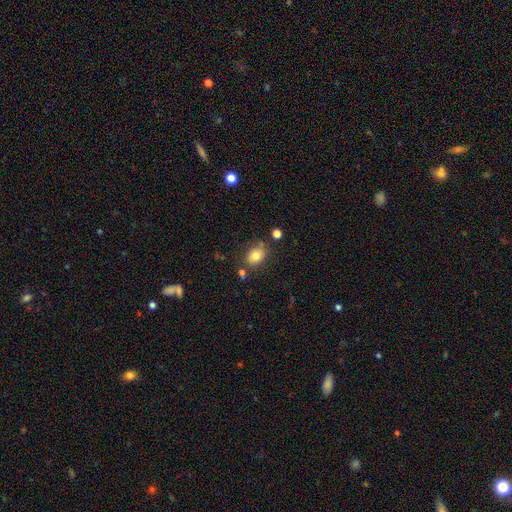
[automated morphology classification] smooth_or_featured: smooth (p=0.78) [alt: featured or disk p=0.11]
how_rounded: in between (p=0.66) [alt: round p=0.33]
merging: none (p=0.72) [alt: minor disturbance p=0.16]